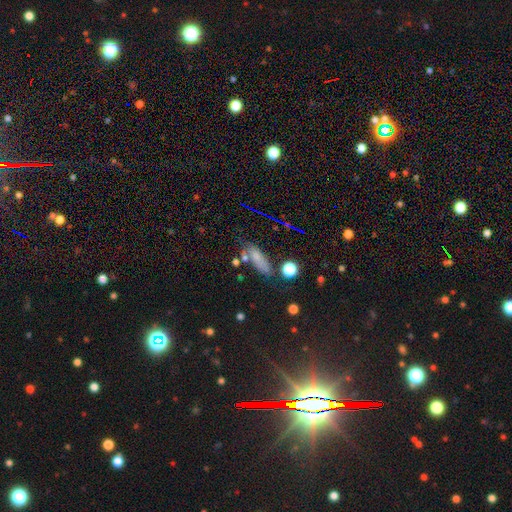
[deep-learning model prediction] Smooth or featured? smooth (62%)
How rounded? in between (54%)
Merging? none (67%)